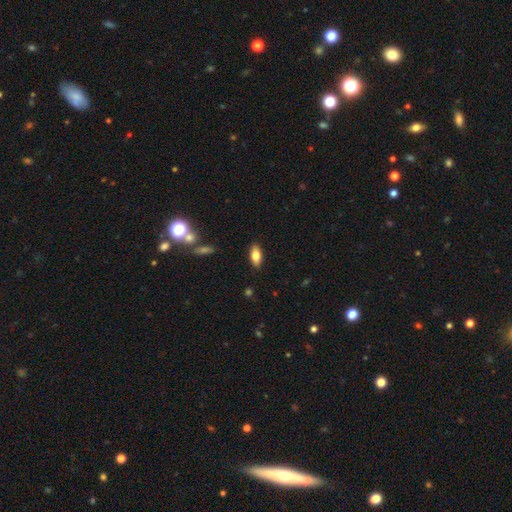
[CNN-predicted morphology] Overall: smooth (77%). How rounded: in between (86%). Merging: none (89%).